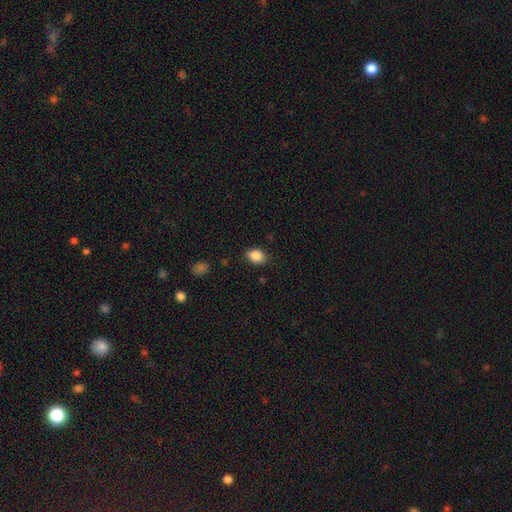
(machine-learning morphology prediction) smooth_or_featured: smooth (p=0.87) [alt: star or artifact p=0.09]
how_rounded: in between (p=0.72) [alt: round p=0.27]
merging: none (p=0.84) [alt: minor disturbance p=0.12]